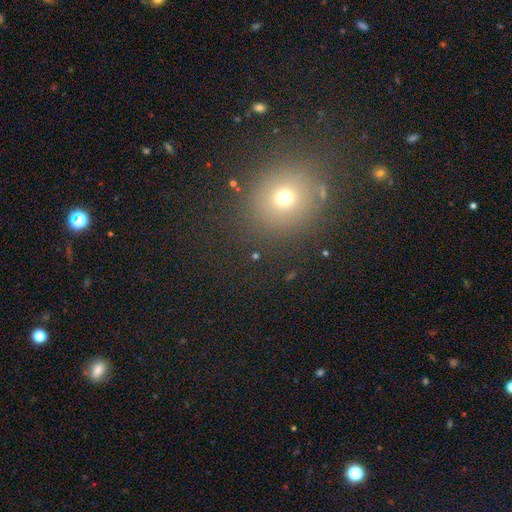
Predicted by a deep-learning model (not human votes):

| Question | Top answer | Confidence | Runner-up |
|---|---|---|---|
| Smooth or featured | smooth | 57% | star or artifact (33%) |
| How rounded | round | 81% | in between (18%) |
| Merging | none | 83% | minor disturbance (8%) |